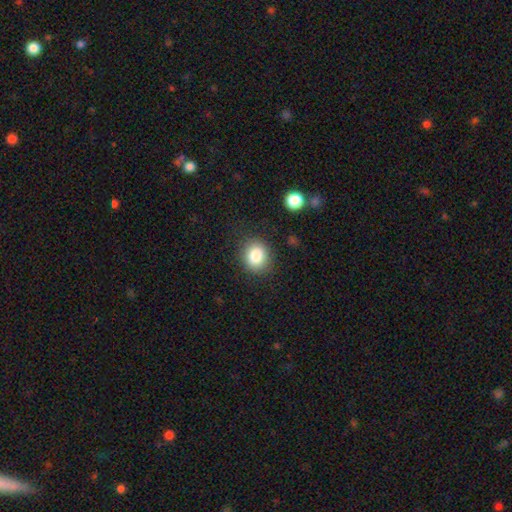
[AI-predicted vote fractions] This is clearly a smooth galaxy (84%). How rounded: likely round (70%). Merging: clearly none (85%).